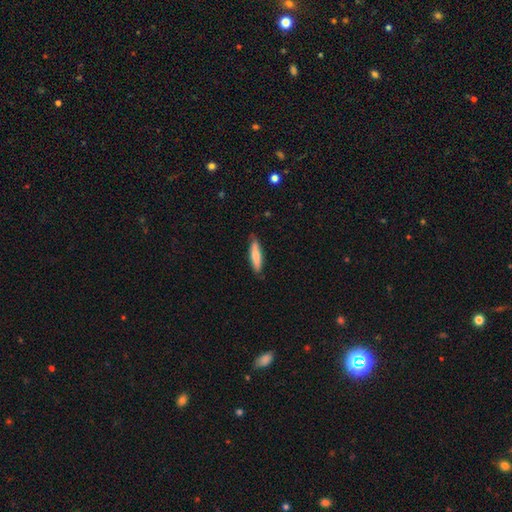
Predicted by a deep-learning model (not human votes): This appears to be a smooth galaxy with no disk features (73%) that is cigar-shaped (76%). Merging: none (82%).